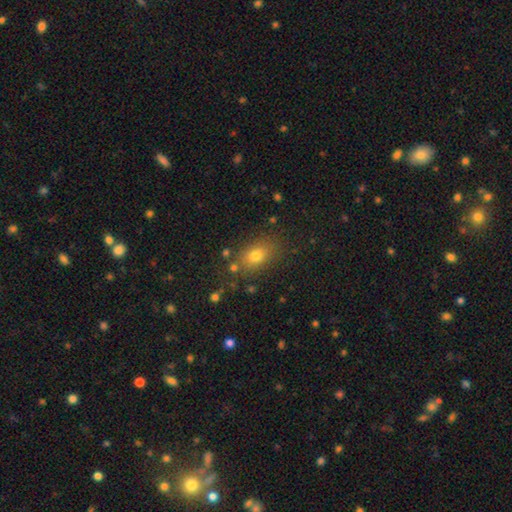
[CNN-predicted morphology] Smooth or featured?
  - smooth: 75% *
  - star or artifact: 14%
  - featured or disk: 11%
How rounded?
  - in between: 73% *
  - round: 24%
  - cigar-shaped: 2%
Merging?
  - none: 78% *
  - minor disturbance: 13%
  - major disturbance: 5%
  - merger: 5%